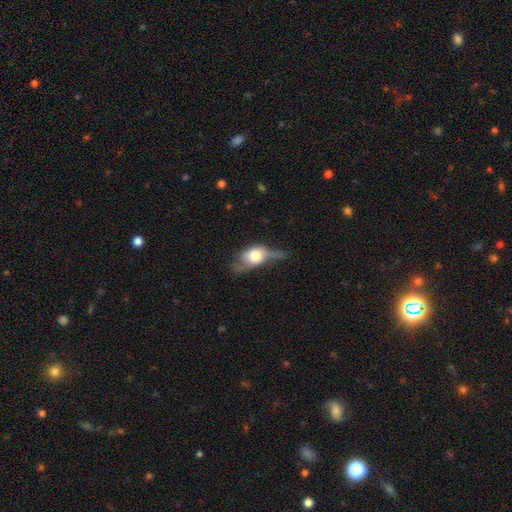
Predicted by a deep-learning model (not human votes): Smooth or featured?
  - featured or disk: 55% *
  - smooth: 37%
  - star or artifact: 8%
Edge-on disk?
  - yes: 62% *
  - no: 38%
Merging?
  - none: 33% *
  - major disturbance: 32%
  - minor disturbance: 30%
  - merger: 5%